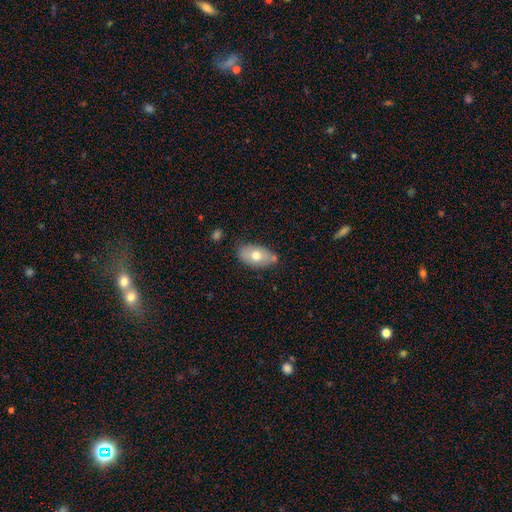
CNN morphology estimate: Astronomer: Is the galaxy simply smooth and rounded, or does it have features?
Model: smooth — 66%.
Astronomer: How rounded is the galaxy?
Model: in between — 91%.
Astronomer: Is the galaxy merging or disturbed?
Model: none — 71%.